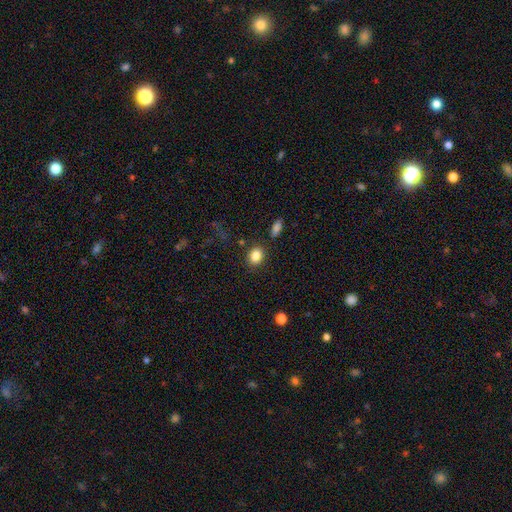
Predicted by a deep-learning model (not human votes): Smooth or featured? Predicted: smooth (p=0.85). How rounded? Predicted: round (p=0.53). Merging? Predicted: none (p=0.84).